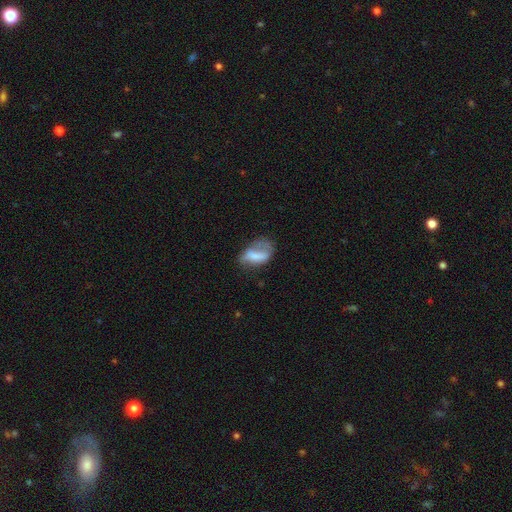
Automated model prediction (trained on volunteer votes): smooth_or_featured: smooth (p=0.60) [alt: featured or disk p=0.32]
how_rounded: in between (p=0.86) [alt: round p=0.09]
merging: major disturbance (p=0.34) [alt: none p=0.31]